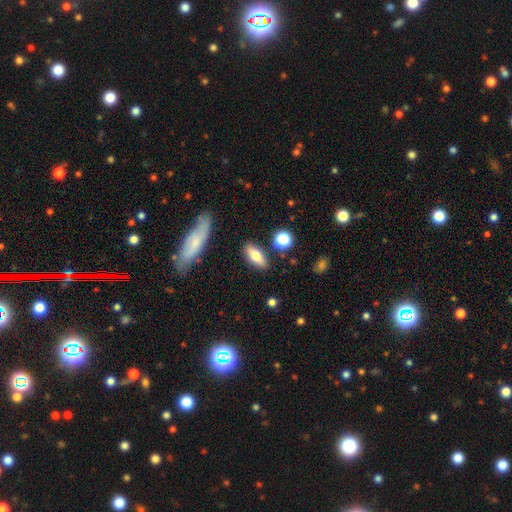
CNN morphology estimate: type=smooth (69%); roundness=in between (69%); merging=none (83%).